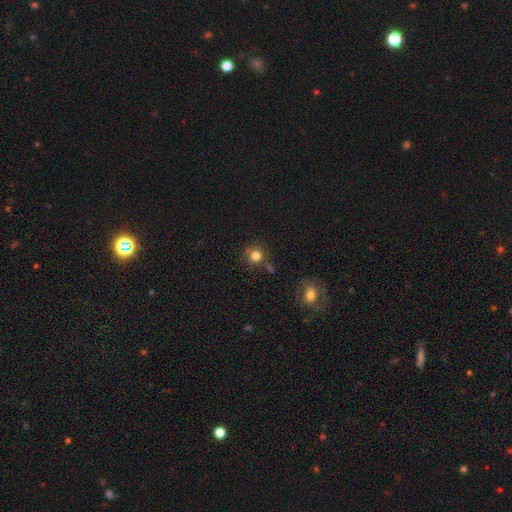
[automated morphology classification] Smooth or featured: smooth — 79% (star or artifact — 14%)
How rounded: round — 91% (in between — 8%)
Merging: none — 75% (minor disturbance — 12%)